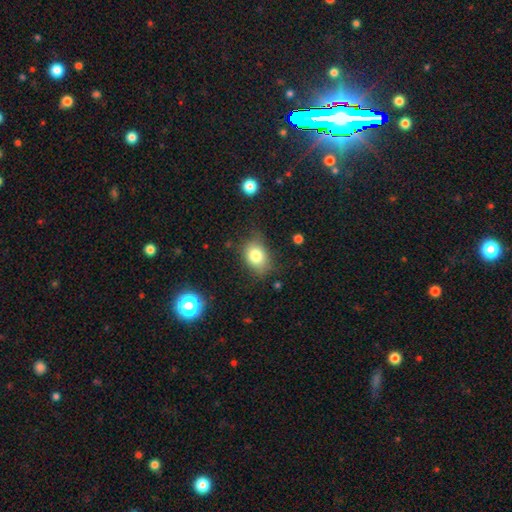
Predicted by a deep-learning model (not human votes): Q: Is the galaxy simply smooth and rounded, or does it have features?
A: smooth — 79%.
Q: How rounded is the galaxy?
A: in between — 67%.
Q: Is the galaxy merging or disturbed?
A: none — 71%.